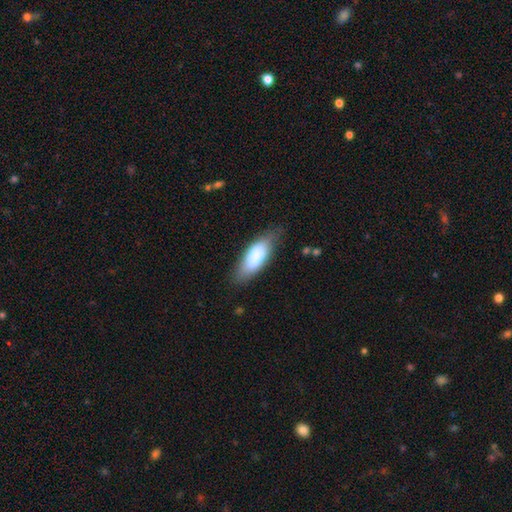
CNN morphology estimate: smooth_or_featured: smooth (p=0.81) [alt: featured or disk p=0.13]
how_rounded: in between (p=0.70) [alt: cigar-shaped p=0.28]
merging: none (p=0.75) [alt: minor disturbance p=0.19]